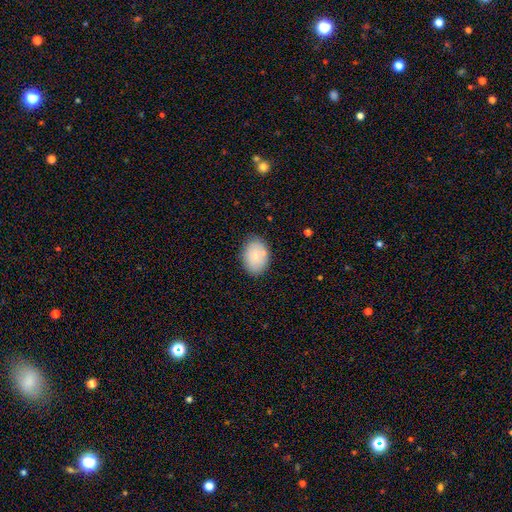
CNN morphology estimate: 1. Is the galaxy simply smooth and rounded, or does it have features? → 79% smooth, 14% featured or disk, 7% star or artifact.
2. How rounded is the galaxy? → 80% in between, 19% round, 1% cigar-shaped.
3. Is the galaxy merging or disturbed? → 79% none, 14% minor disturbance, 4% merger, 3% major disturbance.